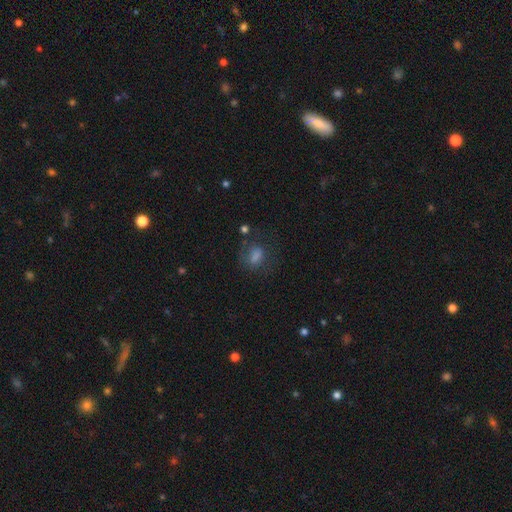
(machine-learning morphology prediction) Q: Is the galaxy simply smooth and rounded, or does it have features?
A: smooth — 59%.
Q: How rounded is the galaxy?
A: in between — 62%.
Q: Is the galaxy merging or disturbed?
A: none — 60%.